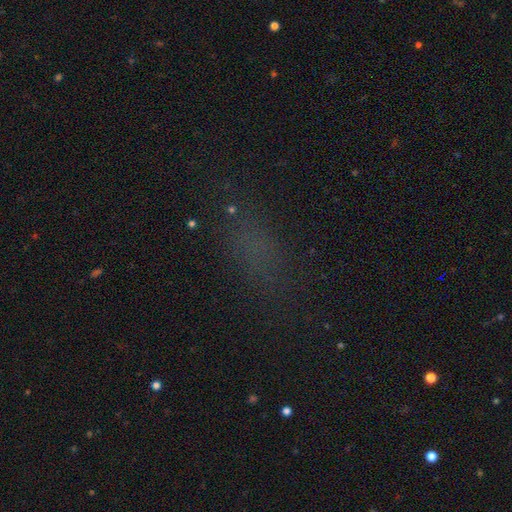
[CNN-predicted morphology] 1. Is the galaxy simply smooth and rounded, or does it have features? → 46% smooth, 40% star or artifact, 14% featured or disk.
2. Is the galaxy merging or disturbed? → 67% none, 17% minor disturbance, 13% major disturbance, 3% merger.